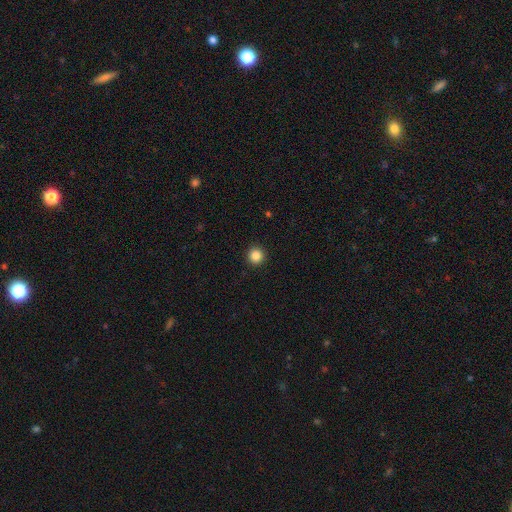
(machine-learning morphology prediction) Smooth or featured? Predicted: smooth (p=0.86). How rounded? Predicted: round (p=0.96). Merging? Predicted: none (p=0.93).